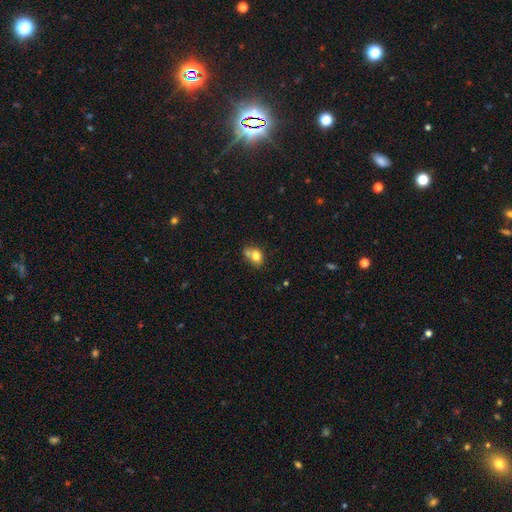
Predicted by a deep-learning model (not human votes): The model was most divided on "merging": none: 41%, merger: 35%, minor disturbance: 18%, major disturbance: 7%. More confident: smooth or featured — smooth (77%); how rounded — in between (54%).